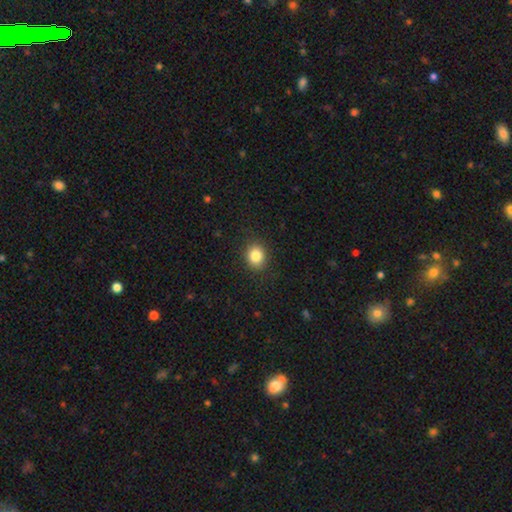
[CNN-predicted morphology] A smooth galaxy with no disk features (84%) that is round (68%). Merging: none (87%).